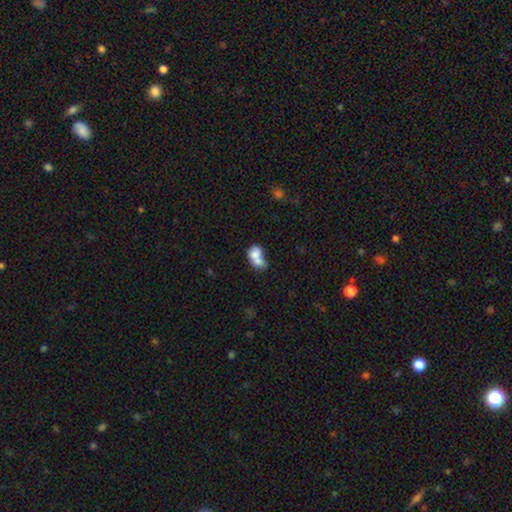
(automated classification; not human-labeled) Smooth or featured? smooth (71%)
How rounded? in between (64%)
Merging? merger (72%)